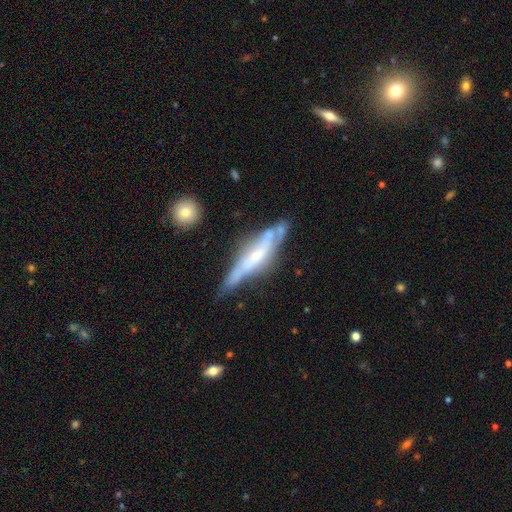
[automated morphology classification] A featured or disk galaxy (70%) viewed edge-on (77%) with a rounded central bulge (58%).

Vote fractions:
- Smooth or featured? featured or disk: 70% / smooth: 24% / star or artifact: 6%
- Edge-on disk? yes: 77% / no: 23%
- Edge-on bulge? rounded: 58% / none: 22% / boxy: 20%
- Merging? none: 52% / minor disturbance: 29% / major disturbance: 11% / merger: 8%